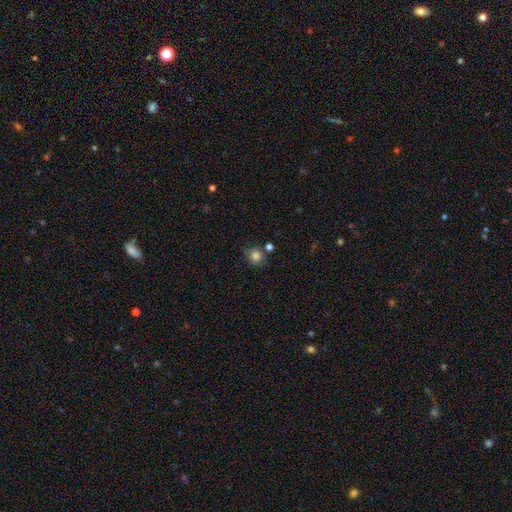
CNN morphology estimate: This appears to be a smooth galaxy with no disk features (83%) that is round (87%). Merging: none (73%).